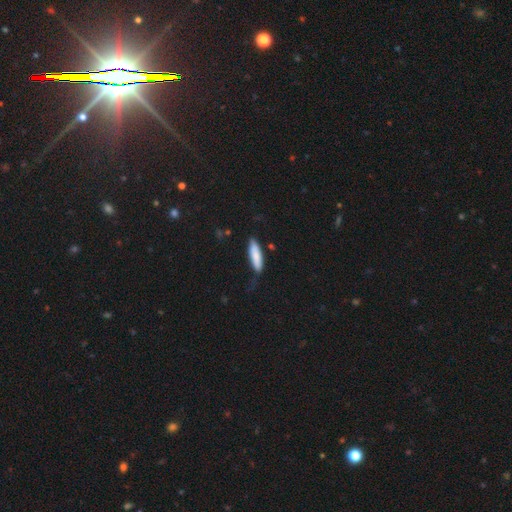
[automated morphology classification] smooth_or_featured: smooth (p=0.81) [alt: featured or disk p=0.13]
how_rounded: cigar-shaped (p=0.65) [alt: in between p=0.34]
merging: none (p=0.69) [alt: minor disturbance p=0.23]